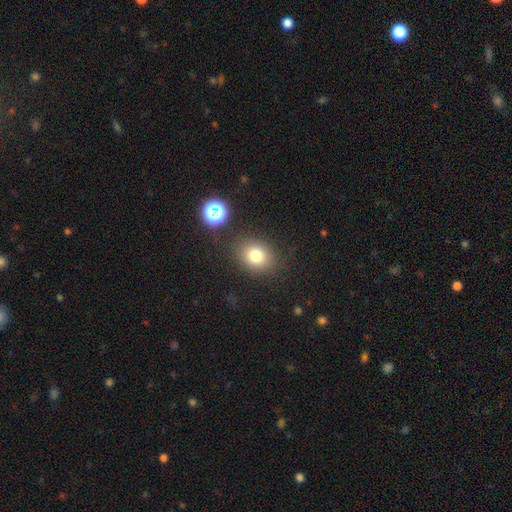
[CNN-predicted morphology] smooth-or-featured: smooth: 79% | star or artifact: 13% | featured or disk: 8%
  how-rounded: round: 58% | in between: 41% | cigar-shaped: 1%
  merging: none: 83% | minor disturbance: 10% | major disturbance: 4% | merger: 3%